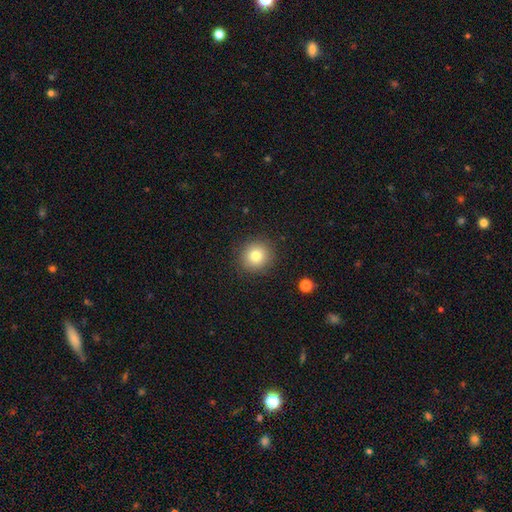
A smooth galaxy with no disk features (74%) that is round (93%).

Vote fractions:
- Smooth or featured? smooth: 74% / featured or disk: 21% / star or artifact: 5%
- How rounded? round: 93% / in between: 4% / cigar-shaped: 4%
- Merging? none: 81% / minor disturbance: 14% / major disturbance: 6% / merger: 0%